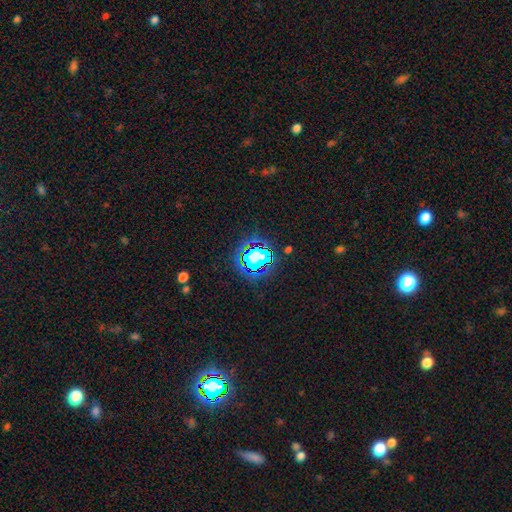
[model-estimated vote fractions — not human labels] This is possibly a star or artifact rather than a galaxy (53%).